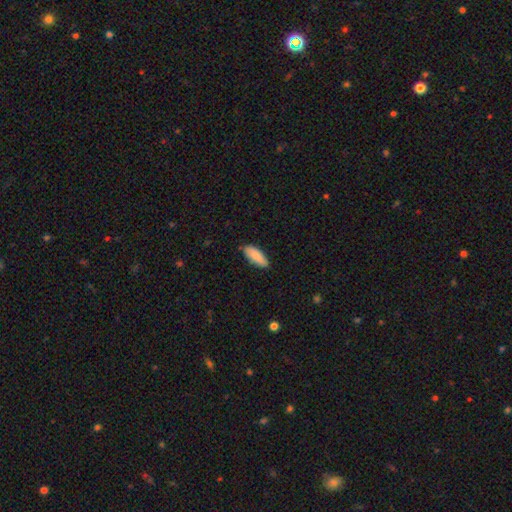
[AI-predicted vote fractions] A smooth galaxy with no disk features (87%) that is in between round and cigar-shaped (75%). Merging: none (84%).